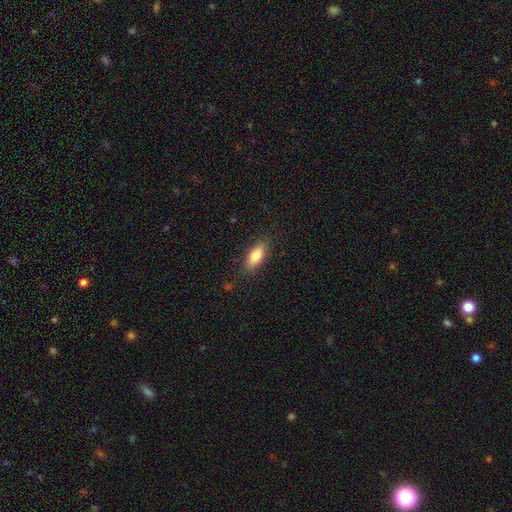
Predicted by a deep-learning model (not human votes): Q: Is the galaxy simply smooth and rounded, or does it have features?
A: smooth — 79%.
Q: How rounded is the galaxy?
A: in between — 77%.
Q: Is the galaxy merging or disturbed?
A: none — 84%.